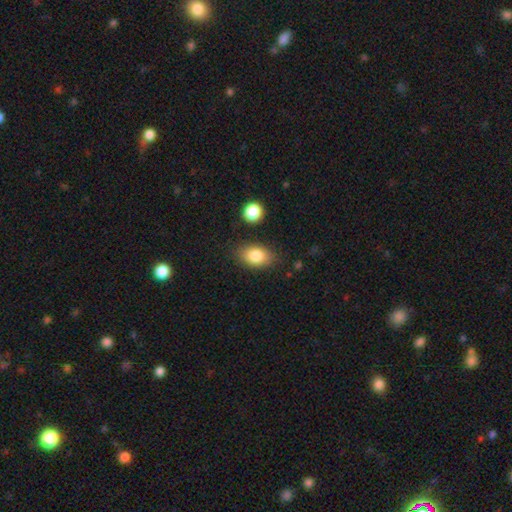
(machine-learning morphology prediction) Q: Smooth or featured?
A: smooth (84%); runner-up: featured or disk (9%)
Q: How rounded?
A: in between (86%); runner-up: round (13%)
Q: Merging?
A: none (81%); runner-up: minor disturbance (12%)